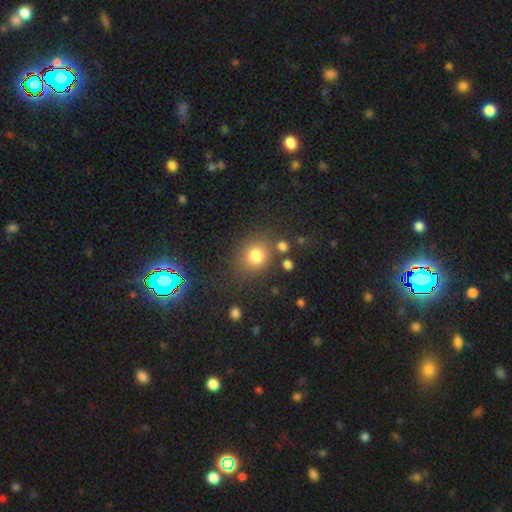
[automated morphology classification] This is likely a smooth galaxy (78%). How rounded: likely round (79%). Merging: likely none (75%).